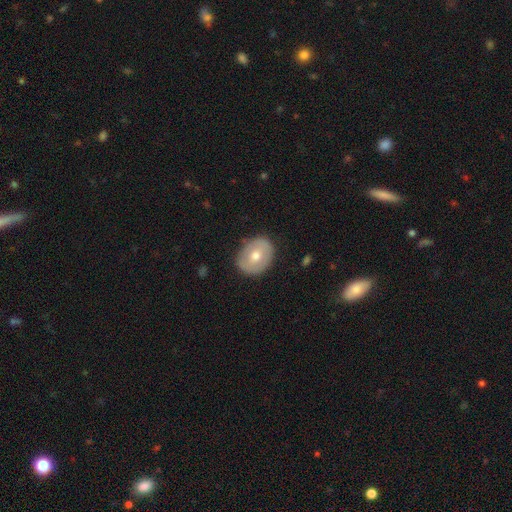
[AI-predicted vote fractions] The model was most divided on "how rounded": round: 50%, in between: 49%, cigar-shaped: 1%. More confident: merging — none (84%); smooth or featured — smooth (56%).